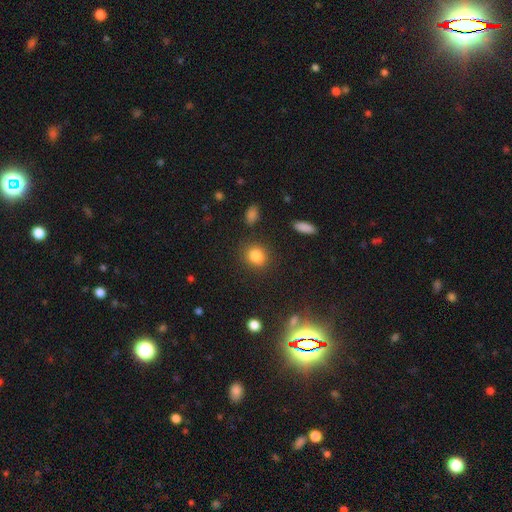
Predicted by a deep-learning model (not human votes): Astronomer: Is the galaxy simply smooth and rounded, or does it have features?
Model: smooth — 82%.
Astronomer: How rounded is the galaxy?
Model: round — 74%.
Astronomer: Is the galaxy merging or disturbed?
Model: none — 85%.